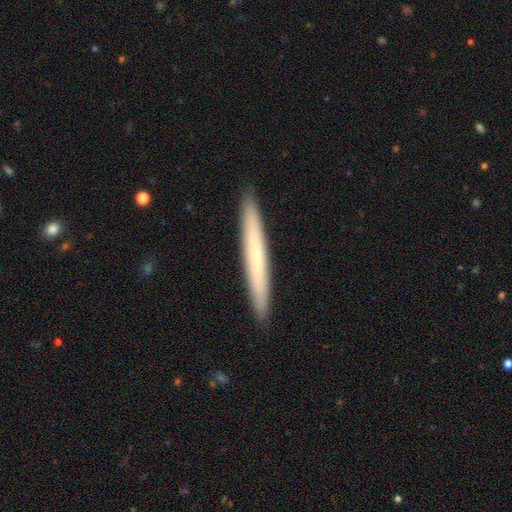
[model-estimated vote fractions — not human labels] Morphology: type=smooth (60%); roundness=cigar-shaped (97%); merging=none (93%).